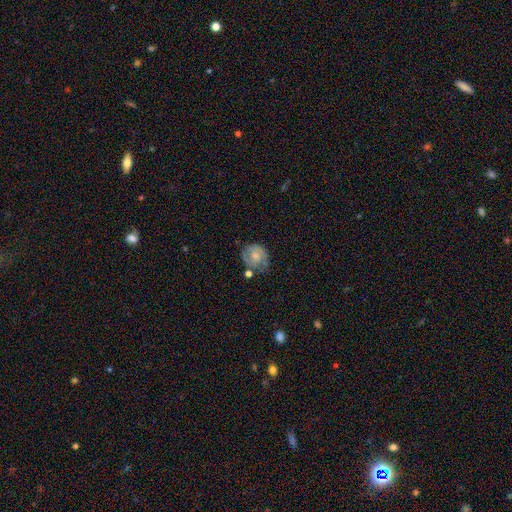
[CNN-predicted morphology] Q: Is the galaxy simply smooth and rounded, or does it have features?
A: smooth — 46%, tied with featured or disk.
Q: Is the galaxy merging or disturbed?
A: none — 53%.